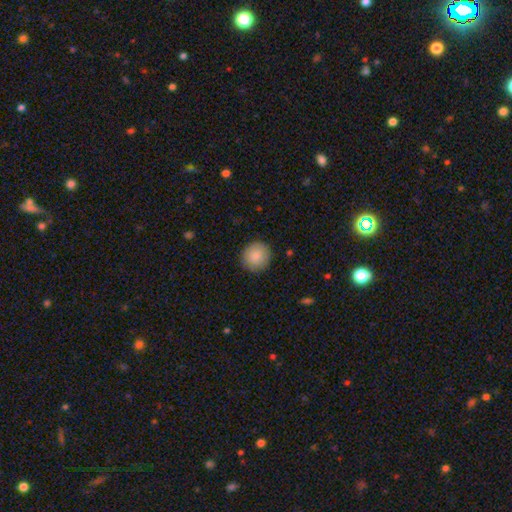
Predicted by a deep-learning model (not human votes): smooth-or-featured: smooth: 87% | star or artifact: 7% | featured or disk: 6%
  how-rounded: round: 91% | in between: 9% | cigar-shaped: 1%
  merging: none: 89% | minor disturbance: 8% | major disturbance: 2% | merger: 1%